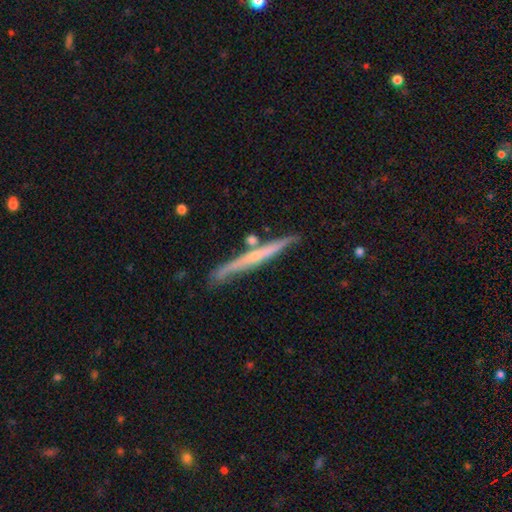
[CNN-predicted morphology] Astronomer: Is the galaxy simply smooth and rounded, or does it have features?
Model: featured or disk — 64%.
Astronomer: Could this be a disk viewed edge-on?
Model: yes — 95%.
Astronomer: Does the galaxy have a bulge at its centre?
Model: rounded — 51% (runner-up: none, 44%).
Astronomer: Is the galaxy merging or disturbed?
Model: none — 75%.